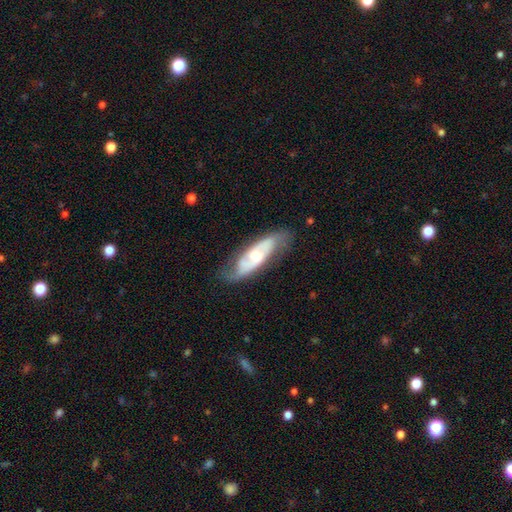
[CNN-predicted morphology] Overall: featured or disk (73%). Edge-on disk: no (83%). Bar: no (56%; weak 34%). Spiral arms: yes (87%). Spiral arm count: 2 (73%). Spiral winding: medium (44%; tight 34%). Bulge size: moderate (56%; small 32%). Merging: none (73%).